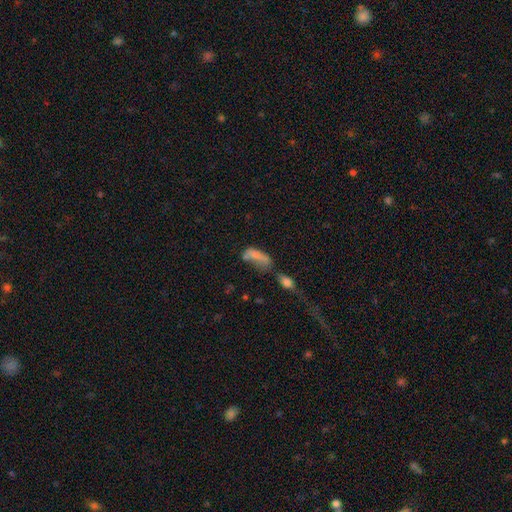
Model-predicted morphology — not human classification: Smooth or featured: smooth — 68% (featured or disk — 20%)
How rounded: in between — 73% (cigar-shaped — 23%)
Merging: merger — 40% (major disturbance — 22%)